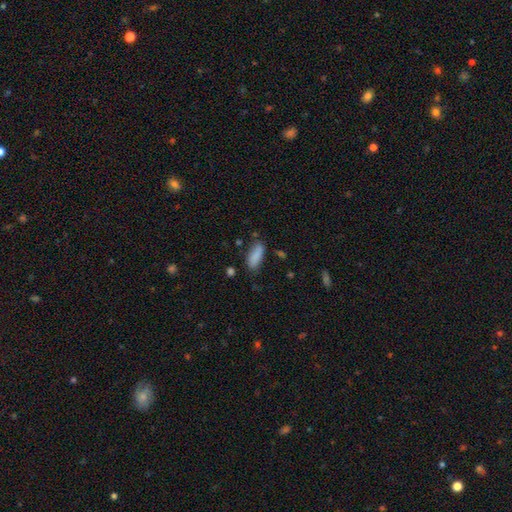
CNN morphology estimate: Overall: smooth (86%). How rounded: in between (73%). Merging: none (70%).